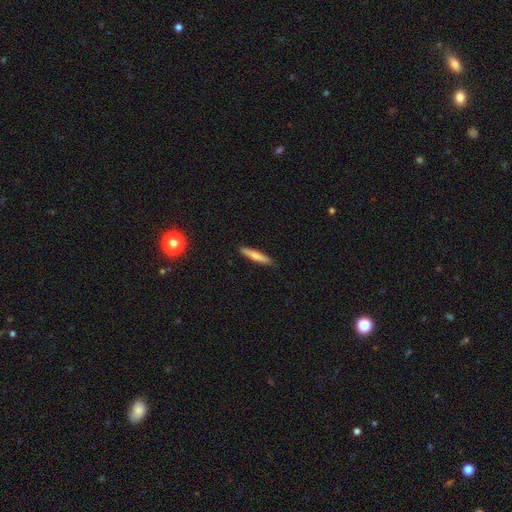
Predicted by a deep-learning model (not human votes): Smooth or featured? Predicted: smooth (p=0.71). How rounded? Predicted: cigar-shaped (p=0.91). Merging? Predicted: none (p=0.90).